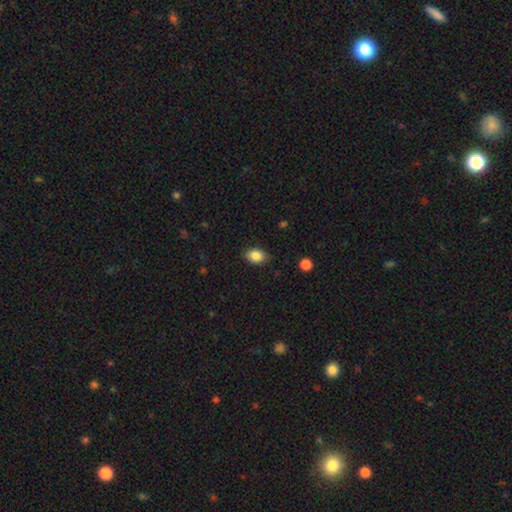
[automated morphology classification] The model was most divided on "how rounded": in between: 80%, round: 18%, cigar-shaped: 1%. More confident: smooth or featured — smooth (86%); merging — none (85%).